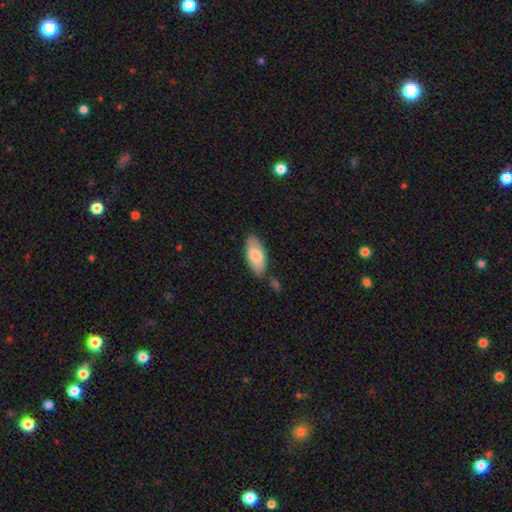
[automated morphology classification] Smooth or featured?
  - smooth: 78% *
  - featured or disk: 16%
  - star or artifact: 6%
How rounded?
  - in between: 90% *
  - cigar-shaped: 8%
  - round: 2%
Merging?
  - none: 72% *
  - minor disturbance: 18%
  - merger: 6%
  - major disturbance: 4%